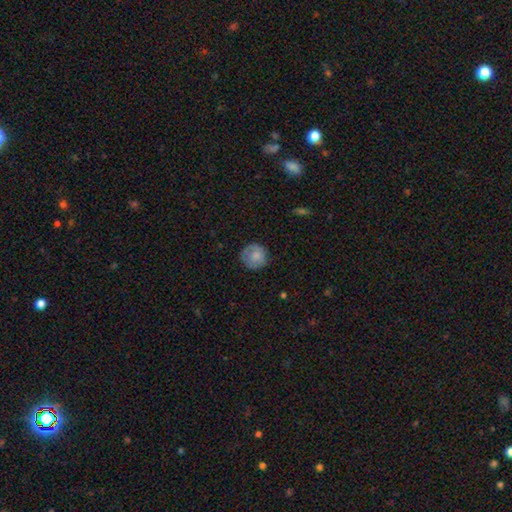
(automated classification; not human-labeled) Smooth or featured?
  - smooth: 76% *
  - featured or disk: 16%
  - star or artifact: 7%
How rounded?
  - round: 93% *
  - in between: 6%
  - cigar-shaped: 1%
Merging?
  - none: 79% *
  - minor disturbance: 16%
  - major disturbance: 4%
  - merger: 1%